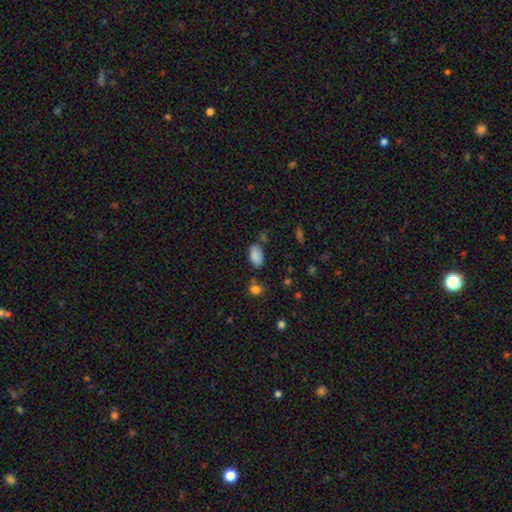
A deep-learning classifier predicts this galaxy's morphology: A smooth galaxy with no disk features (87%) that is in between round and cigar-shaped (94%).

Vote fractions:
- Smooth or featured? smooth: 87% / star or artifact: 9% / featured or disk: 5%
- How rounded? in between: 94% / round: 4% / cigar-shaped: 2%
- Merging? none: 70% / minor disturbance: 18% / merger: 7% / major disturbance: 5%